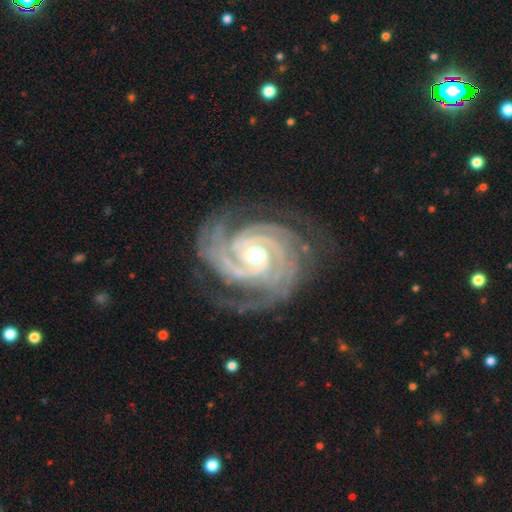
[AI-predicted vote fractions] smooth-or-featured: featured or disk: 93% | star or artifact: 4% | smooth: 3%
  disk-edge-on: no: 98% | yes: 2%
    bar: no: 63% | weak: 26% | strong: 11%
    has-spiral-arms: yes: 99% | no: 1%
      spiral-winding: tight: 73% | medium: 24% | loose: 4%
      spiral-arm-count: 3: 29% | 2: 21% | 4: 18% | can't tell: 14% | more than 4: 10% | 1: 8%
    bulge-size: moderate: 70% | small: 21% | large: 7% | none: 1% | dominant: 1%
  merging: none: 67% | minor disturbance: 19% | major disturbance: 12% | merger: 2%